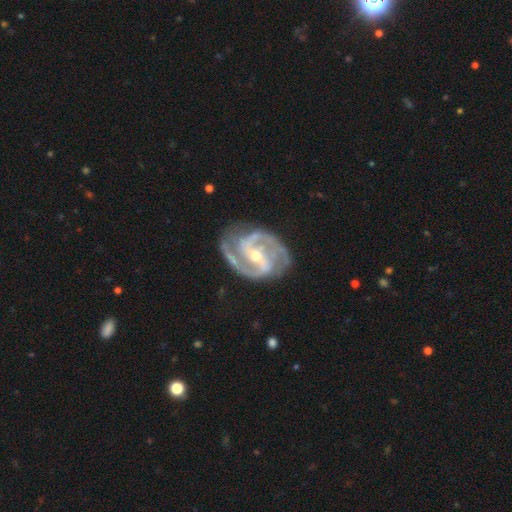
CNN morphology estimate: The model was most divided on "bulge size": moderate: 50%, small: 47%, large: 1%, none: 1%, dominant: 1%. Remaining: spiral arms — yes (98%); edge-on disk — no (98%); smooth or featured — featured or disk (93%); merging — none (76%); spiral arm count — 2 (75%); spiral winding — medium (56%); bar — strong (47%).